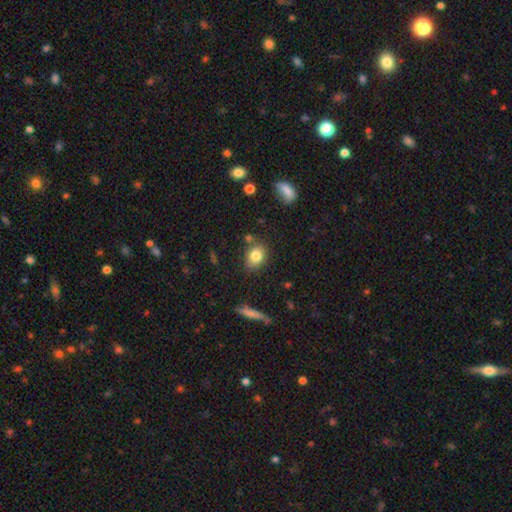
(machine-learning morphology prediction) type=smooth (82%); roundness=in between (64%); merging=none (77%).